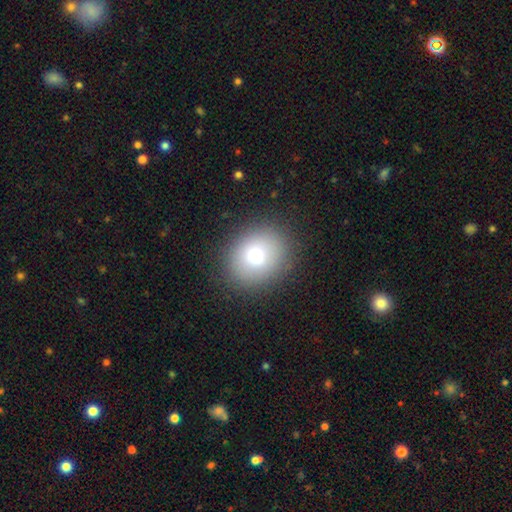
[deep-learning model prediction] smooth 76%, star or artifact 12%, featured or disk 12%. Down the decision tree: how rounded — round (66%); merging — none (88%).